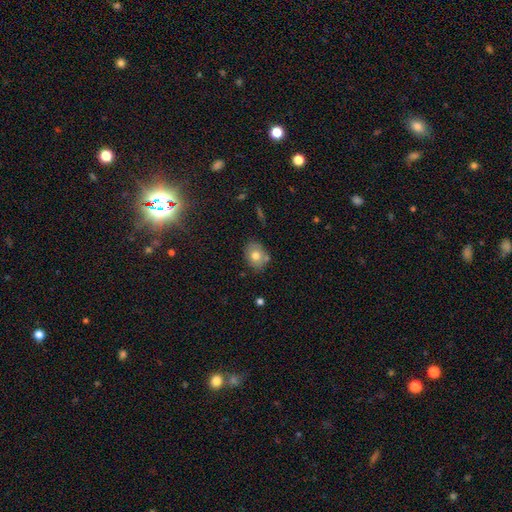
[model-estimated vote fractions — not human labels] Smooth or featured? smooth (73%)
How rounded? in between (53%)
Merging? none (73%)